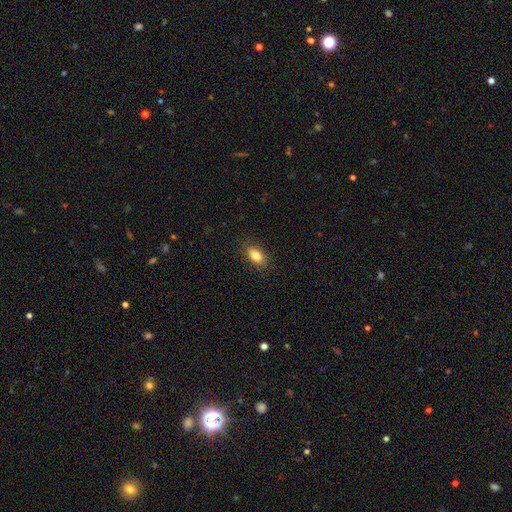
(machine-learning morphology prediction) Smooth or featured? smooth (83%)
How rounded? in between (89%)
Merging? none (87%)